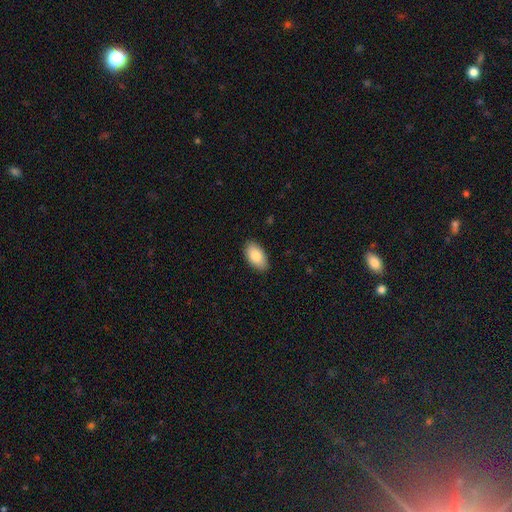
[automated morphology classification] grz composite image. It shows a smooth galaxy with no disk features (85%) that is in between round and cigar-shaped (95%). Merging: none (88%).